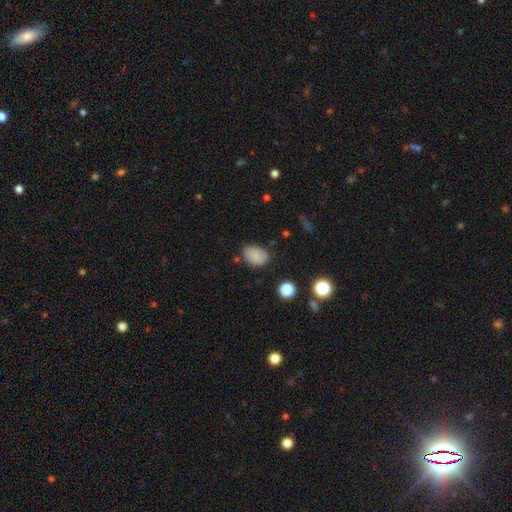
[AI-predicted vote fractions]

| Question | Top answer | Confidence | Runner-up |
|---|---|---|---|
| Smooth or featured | smooth | 82% | star or artifact (10%) |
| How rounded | in between | 79% | round (20%) |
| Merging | none | 75% | minor disturbance (18%) |